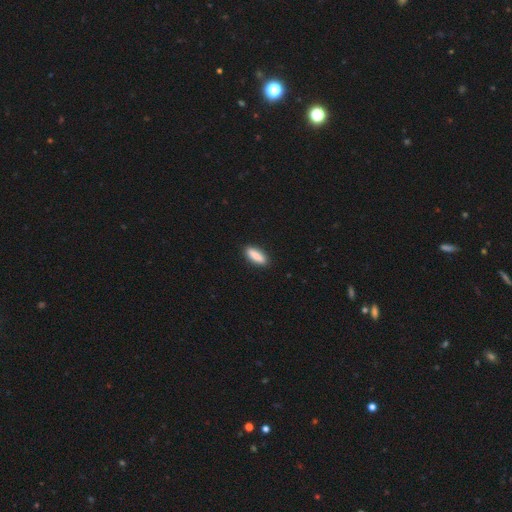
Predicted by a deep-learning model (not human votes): Smooth or featured?
  - smooth: 87% *
  - featured or disk: 6%
  - star or artifact: 6%
How rounded?
  - in between: 53% *
  - cigar-shaped: 45%
  - round: 2%
Merging?
  - none: 89% *
  - minor disturbance: 8%
  - major disturbance: 2%
  - merger: 1%